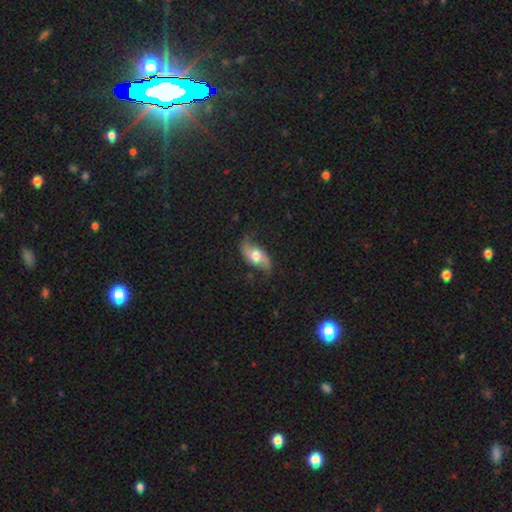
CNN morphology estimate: featured or disk 68%, smooth 25%, star or artifact 7%. Down the decision tree: edge-on disk — no (88%); bar — no (58%); spiral arms — yes (88%); spiral arm count — 2 (92%); spiral winding — loose (83%); bulge size — moderate (62%); merging — none (71%).